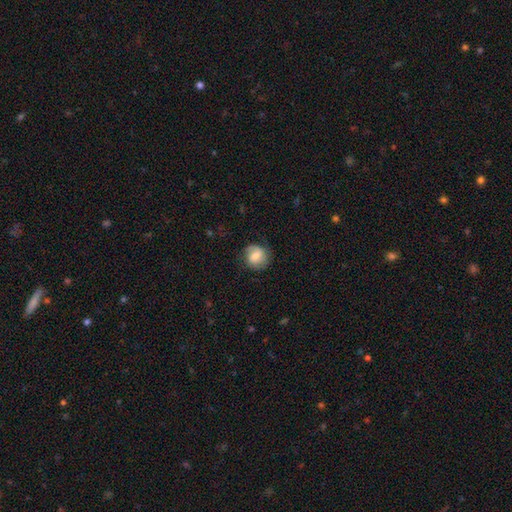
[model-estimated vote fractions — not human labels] A smooth galaxy with no disk features (66%) that is round (80%). Merging: none (72%).